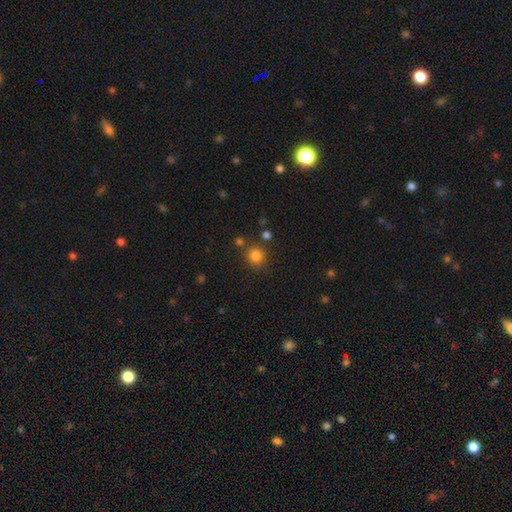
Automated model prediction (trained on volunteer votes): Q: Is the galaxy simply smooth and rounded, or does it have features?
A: smooth — 82%.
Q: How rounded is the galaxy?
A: round — 91%.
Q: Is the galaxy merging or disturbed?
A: none — 80%.